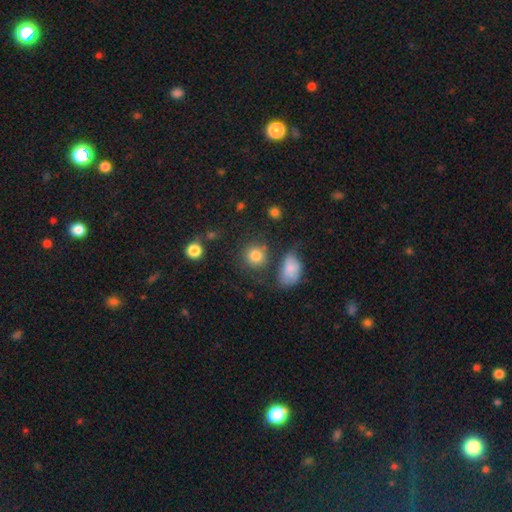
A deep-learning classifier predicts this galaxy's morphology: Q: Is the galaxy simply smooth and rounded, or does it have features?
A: smooth — 82%.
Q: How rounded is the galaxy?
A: round — 84%.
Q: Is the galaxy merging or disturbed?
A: none — 68%.